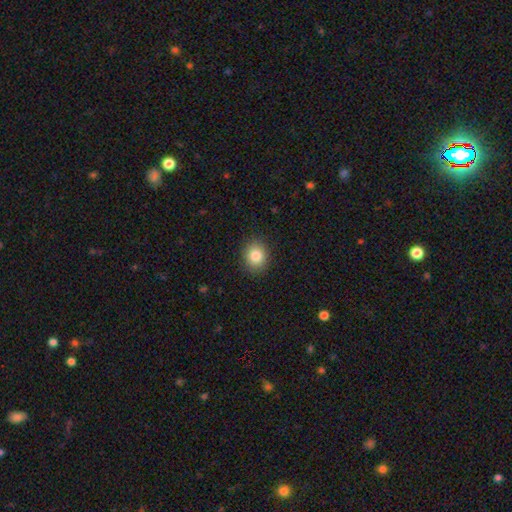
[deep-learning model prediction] smooth_or_featured: smooth (p=0.85) [alt: star or artifact p=0.09]
how_rounded: round (p=0.69) [alt: in between p=0.30]
merging: none (p=0.89) [alt: minor disturbance p=0.08]